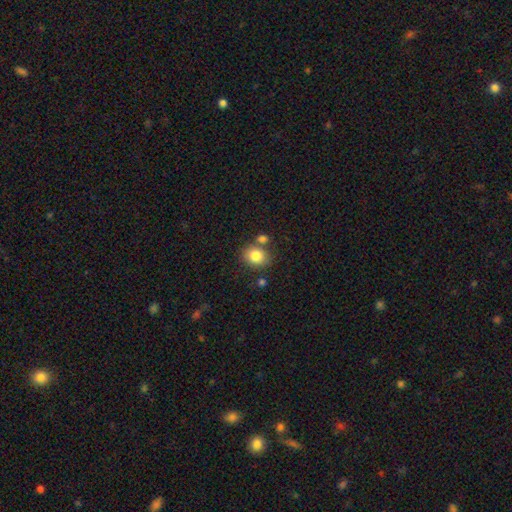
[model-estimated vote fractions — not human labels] smooth 84%, star or artifact 9%, featured or disk 7%. Down the decision tree: how rounded — round (57%); merging — none (67%).